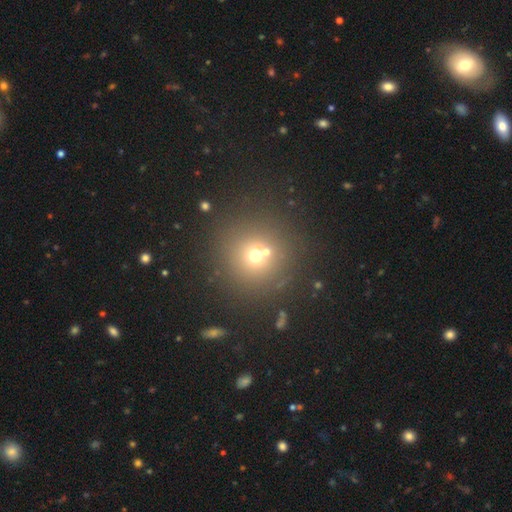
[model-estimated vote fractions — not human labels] smooth_or_featured: smooth (p=0.62) [alt: star or artifact p=0.23]
how_rounded: round (p=0.92) [alt: in between p=0.07]
merging: none (p=0.68) [alt: merger p=0.20]